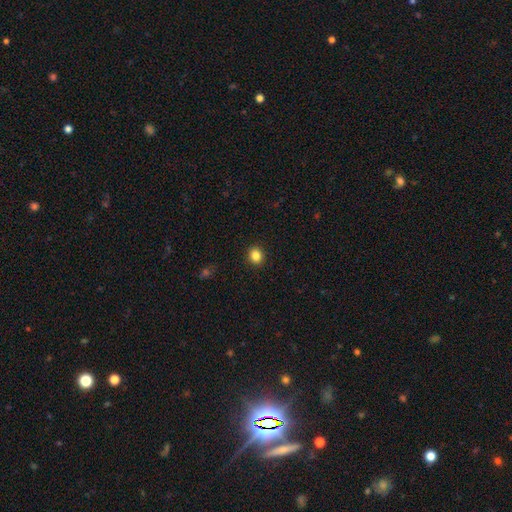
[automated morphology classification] Smooth or featured?
  - smooth: 85% *
  - star or artifact: 11%
  - featured or disk: 4%
How rounded?
  - round: 72% *
  - in between: 27%
  - cigar-shaped: 1%
Merging?
  - none: 92% *
  - minor disturbance: 6%
  - major disturbance: 2%
  - merger: 1%